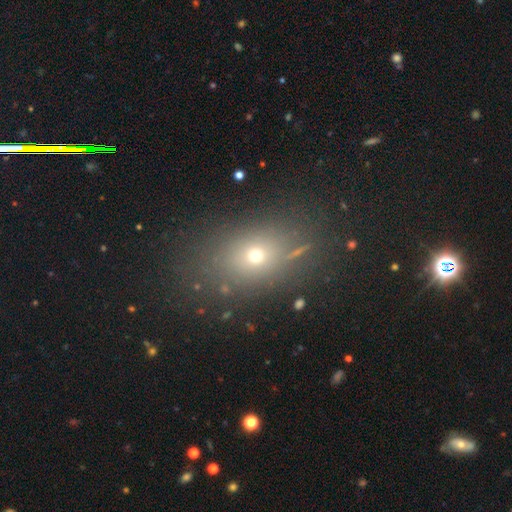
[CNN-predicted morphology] smooth_or_featured: smooth (p=0.58) [alt: star or artifact p=0.26]
how_rounded: in between (p=0.62) [alt: round p=0.35]
merging: none (p=0.80) [alt: minor disturbance p=0.12]